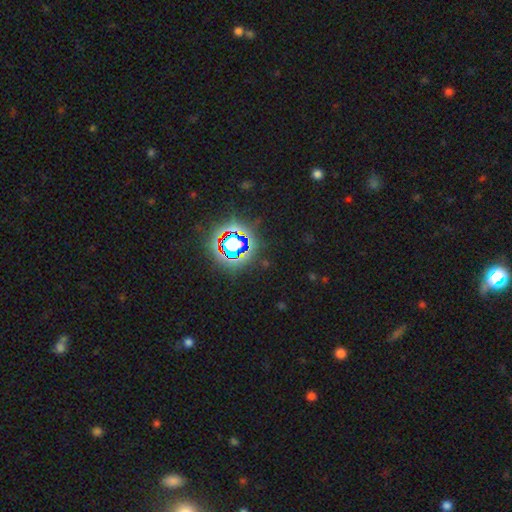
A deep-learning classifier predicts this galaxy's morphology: A star or artifact, not a galaxy (82%).